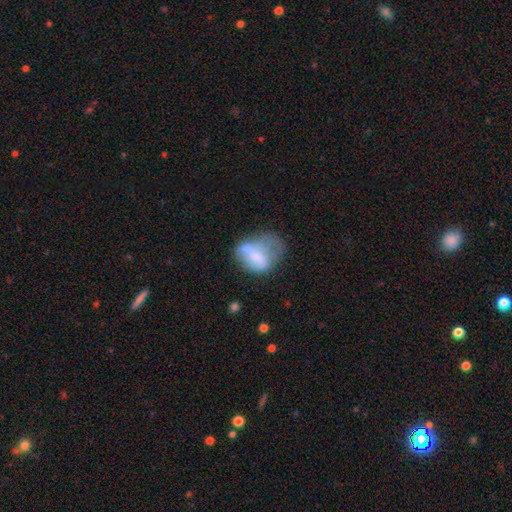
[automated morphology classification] Smooth or featured?
  - smooth: 56% *
  - featured or disk: 34%
  - star or artifact: 10%
How rounded?
  - in between: 69% *
  - round: 29%
  - cigar-shaped: 1%
Merging?
  - major disturbance: 35% *
  - minor disturbance: 26%
  - none: 22%
  - merger: 17%